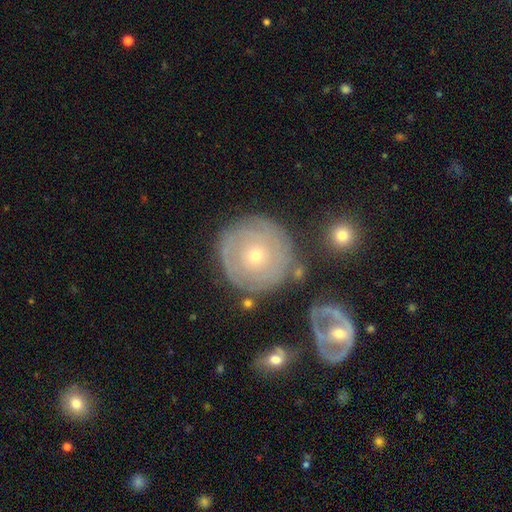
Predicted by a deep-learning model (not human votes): smooth-or-featured: featured or disk: 63% | smooth: 29% | star or artifact: 8%
  disk-edge-on: no: 96% | yes: 4%
    bar: no: 85% | weak: 11% | strong: 3%
    has-spiral-arms: yes: 74% | no: 26%
    bulge-size: small: 69% | moderate: 28% | large: 1% | none: 1% | dominant: 1%
  merging: none: 75% | minor disturbance: 14% | merger: 6% | major disturbance: 5%